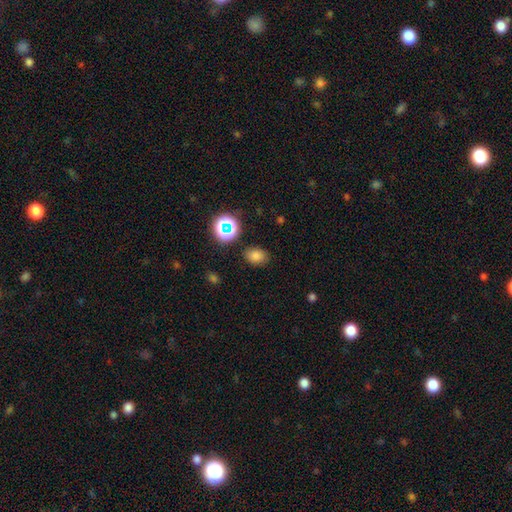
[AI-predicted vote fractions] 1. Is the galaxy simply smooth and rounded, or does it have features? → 75% smooth, 18% star or artifact, 7% featured or disk.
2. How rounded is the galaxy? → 66% in between, 33% round, 1% cigar-shaped.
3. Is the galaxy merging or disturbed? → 83% none, 11% minor disturbance, 3% major disturbance, 2% merger.